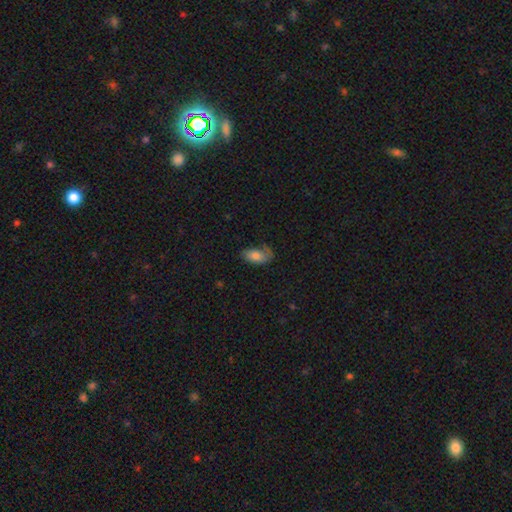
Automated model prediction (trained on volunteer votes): A smooth galaxy with no disk features (68%) that is in between round and cigar-shaped (92%).

Vote fractions:
- Smooth or featured? smooth: 68% / featured or disk: 24% / star or artifact: 8%
- How rounded? in between: 92% / round: 4% / cigar-shaped: 4%
- Merging? none: 50% / minor disturbance: 31% / major disturbance: 17% / merger: 3%